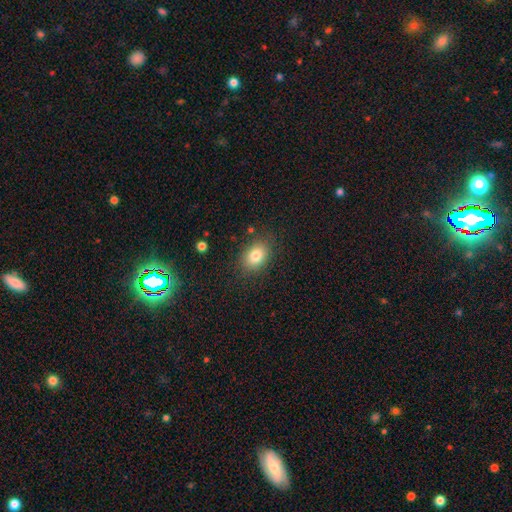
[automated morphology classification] Q: Smooth or featured?
A: smooth (82%); runner-up: star or artifact (10%)
Q: How rounded?
A: in between (69%); runner-up: round (30%)
Q: Merging?
A: none (84%); runner-up: minor disturbance (11%)